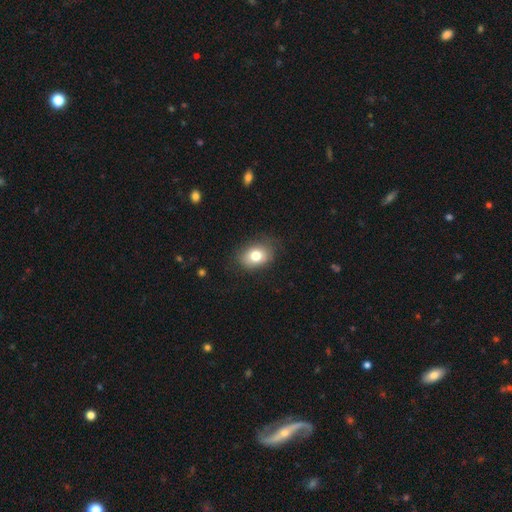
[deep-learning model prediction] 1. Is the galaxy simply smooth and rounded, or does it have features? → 77% smooth, 13% featured or disk, 10% star or artifact.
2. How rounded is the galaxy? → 65% in between, 34% round, 1% cigar-shaped.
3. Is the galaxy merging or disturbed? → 77% none, 17% minor disturbance, 5% major disturbance, 1% merger.